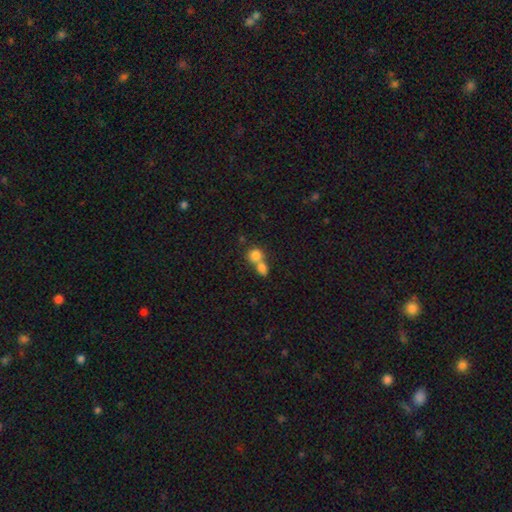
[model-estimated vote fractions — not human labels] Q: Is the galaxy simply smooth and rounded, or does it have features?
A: smooth — 81%.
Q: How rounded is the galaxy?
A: round — 77%.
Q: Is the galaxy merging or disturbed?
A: merger — 60%.